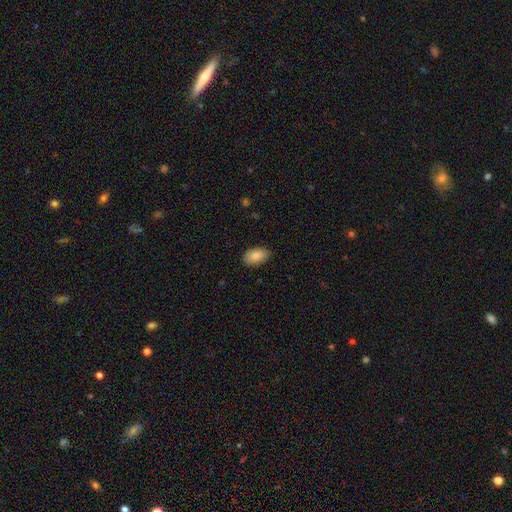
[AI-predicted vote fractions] Smooth or featured?
  - smooth: 88% *
  - star or artifact: 7%
  - featured or disk: 5%
How rounded?
  - in between: 94% *
  - round: 4%
  - cigar-shaped: 2%
Merging?
  - none: 86% *
  - minor disturbance: 11%
  - major disturbance: 2%
  - merger: 1%